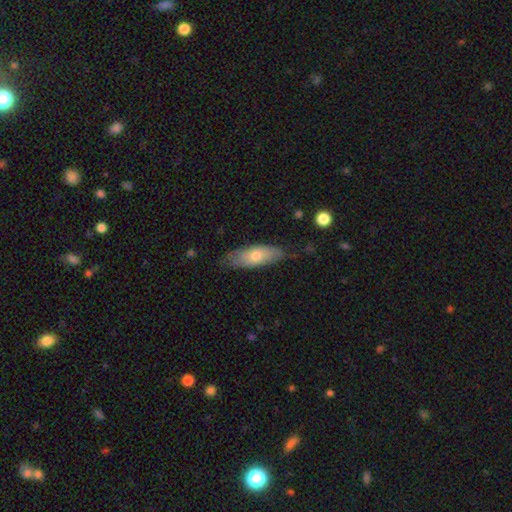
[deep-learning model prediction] The model was most divided on "how rounded": in between: 66%, cigar-shaped: 31%, round: 2%. More confident: merging — none (72%); smooth or featured — smooth (66%).